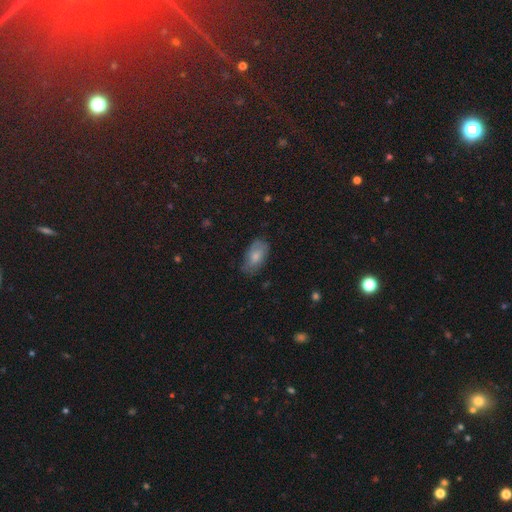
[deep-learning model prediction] smooth_or_featured: smooth (p=0.73) [alt: featured or disk p=0.20]
how_rounded: in between (p=0.93) [alt: round p=0.04]
merging: none (p=0.63) [alt: minor disturbance p=0.28]